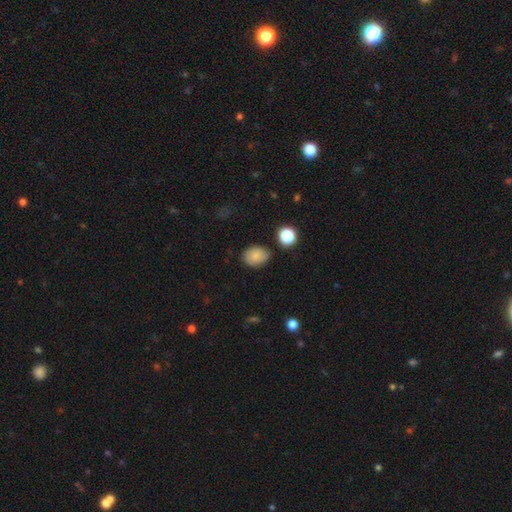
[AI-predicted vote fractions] smooth-or-featured: smooth: 78% | featured or disk: 11% | star or artifact: 11%
  how-rounded: in between: 56% | round: 43% | cigar-shaped: 1%
  merging: none: 77% | minor disturbance: 17% | major disturbance: 4% | merger: 3%